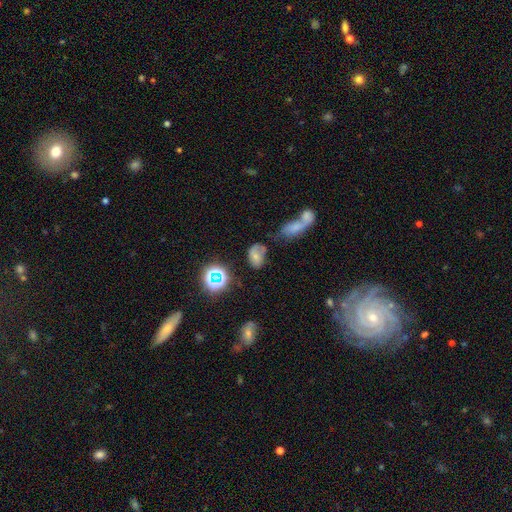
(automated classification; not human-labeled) The model was most divided on "merging": none: 38%, minor disturbance: 24%, merger: 21%, major disturbance: 17%. More confident: how rounded — in between (83%); smooth or featured — smooth (55%).